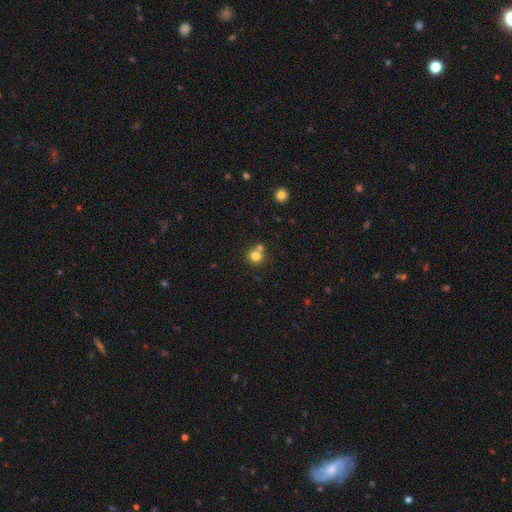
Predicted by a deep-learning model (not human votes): Morphology: type=smooth (80%); roundness=round (91%); merging=none (62%).